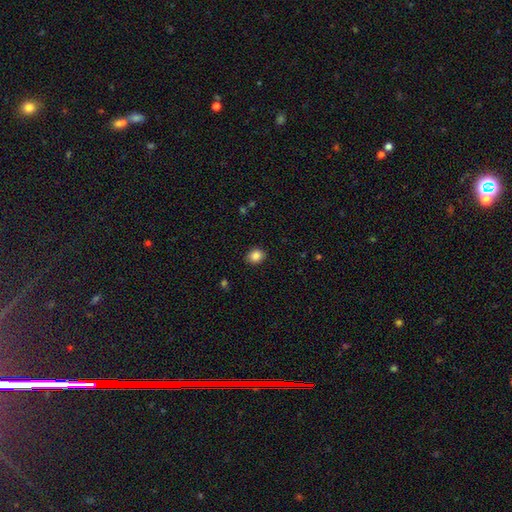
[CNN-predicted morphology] This appears to be a smooth galaxy with no disk features (86%) that is round (56%). Merging: none (88%).